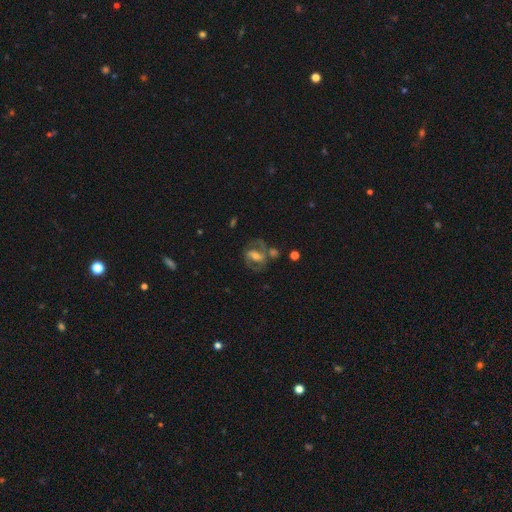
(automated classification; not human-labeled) Morphology: type=featured or disk (68%); edge-on=no (95%); bar=weak (36%); spiral arms=yes (72%); bulge=moderate (59%); merging=none (50%).